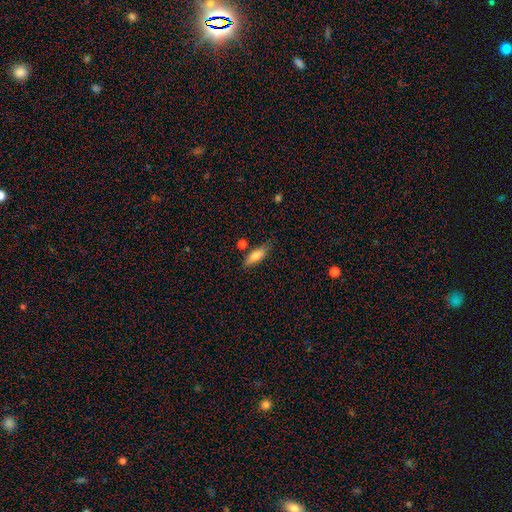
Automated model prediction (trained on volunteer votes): smooth 75%, featured or disk 18%, star or artifact 7%. Down the decision tree: how rounded — in between (60%); merging — none (71%).